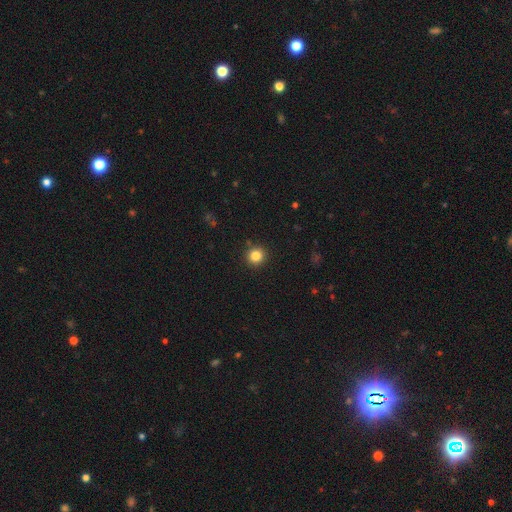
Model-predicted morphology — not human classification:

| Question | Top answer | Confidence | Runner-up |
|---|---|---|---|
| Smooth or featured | smooth | 83% | star or artifact (12%) |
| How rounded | round | 93% | in between (6%) |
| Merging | none | 91% | minor disturbance (6%) |